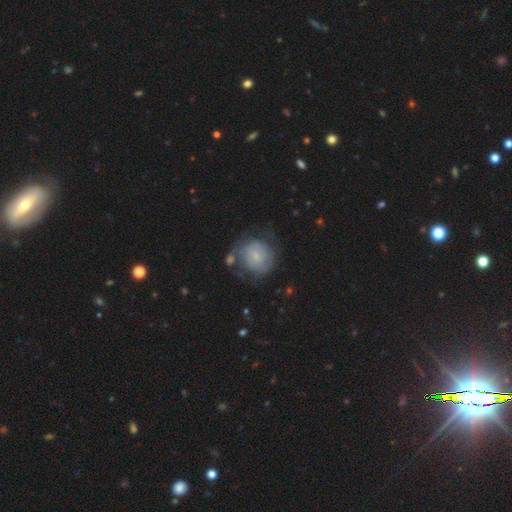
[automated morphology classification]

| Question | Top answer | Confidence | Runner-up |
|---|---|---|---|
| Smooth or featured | featured or disk | 46% | smooth (45%) |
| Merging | none | 46% | minor disturbance (25%) |